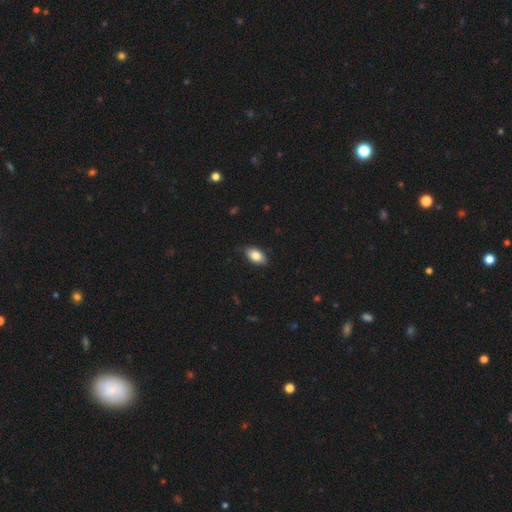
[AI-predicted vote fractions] This appears to be a smooth galaxy with no disk features (83%) that is in between round and cigar-shaped (92%). Merging: none (85%).